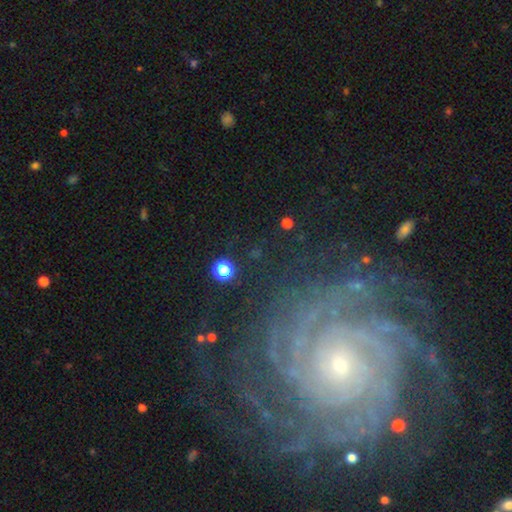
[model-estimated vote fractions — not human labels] A featured or disk galaxy (77%) with no bar (64%), tight (76%) spiral arms (93%) and a small central bulge (65%).

Vote fractions:
- Smooth or featured? featured or disk: 77% / star or artifact: 12% / smooth: 10%
- Edge-on disk? no: 96% / yes: 4%
- Bar? no: 64% / weak: 23% / strong: 13%
- Spiral arms? yes: 93% / no: 7%
- Spiral winding? tight: 76% / medium: 19% / loose: 5%
- Spiral arm count? can't tell: 27% / 3: 17% / 2: 17% / 4: 16% / more than 4: 14% / 1: 9%
- Bulge size? small: 65% / moderate: 27% / none: 3% / large: 3% / dominant: 2%
- Merging? none: 75% / minor disturbance: 14% / major disturbance: 9% / merger: 2%